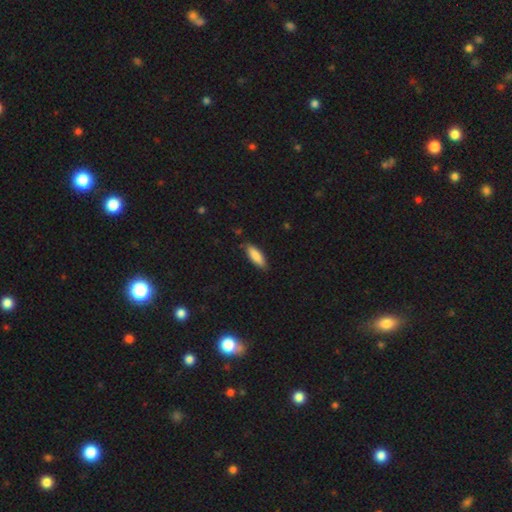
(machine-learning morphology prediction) A smooth galaxy with no disk features (85%) that is in between round and cigar-shaped (54%). Merging: none (84%).